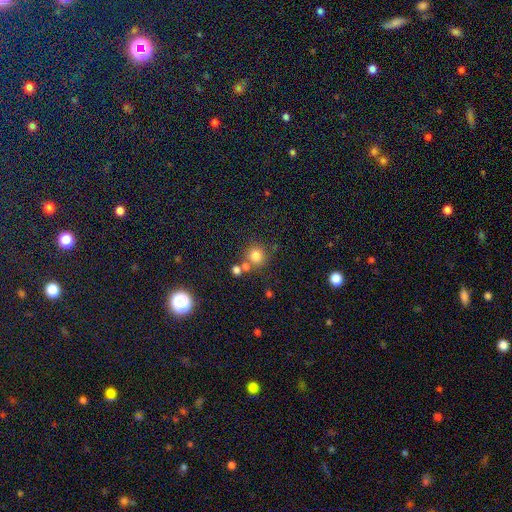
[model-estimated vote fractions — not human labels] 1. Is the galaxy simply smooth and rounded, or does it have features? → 78% smooth, 15% star or artifact, 7% featured or disk.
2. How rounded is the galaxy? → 89% round, 10% in between, 1% cigar-shaped.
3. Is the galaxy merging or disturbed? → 67% none, 19% merger, 10% minor disturbance, 4% major disturbance.